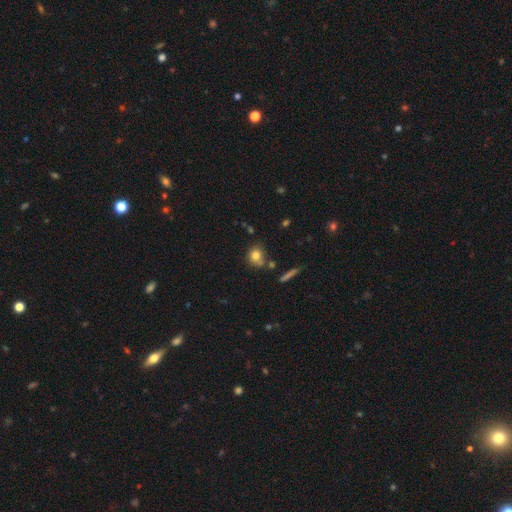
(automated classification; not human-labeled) Overall: smooth (78%). How rounded: round (72%). Merging: none (67%).